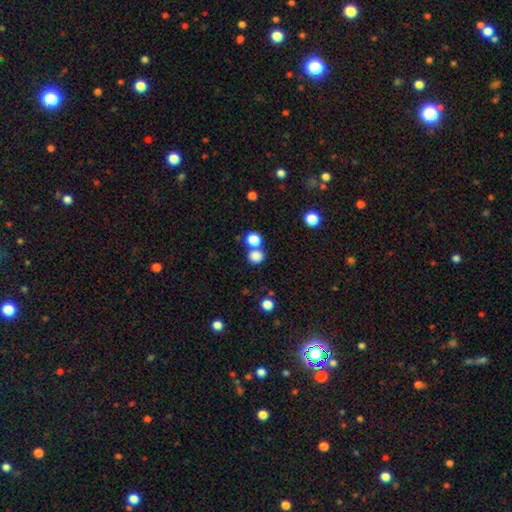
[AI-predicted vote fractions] A smooth galaxy with no disk features (82%) that is round (81%). Merging: none (62%).